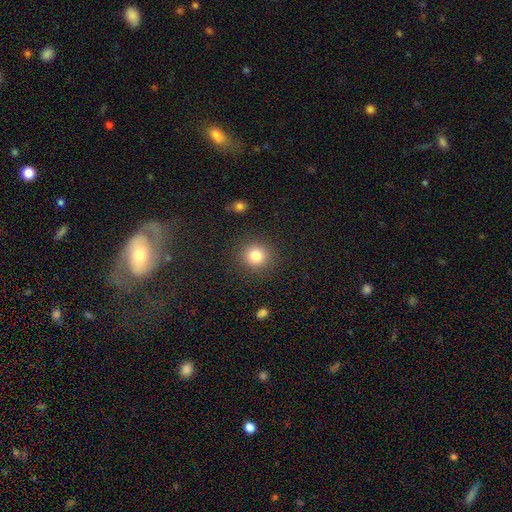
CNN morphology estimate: A smooth galaxy with no disk features (82%) that is round (90%). Merging: none (89%).